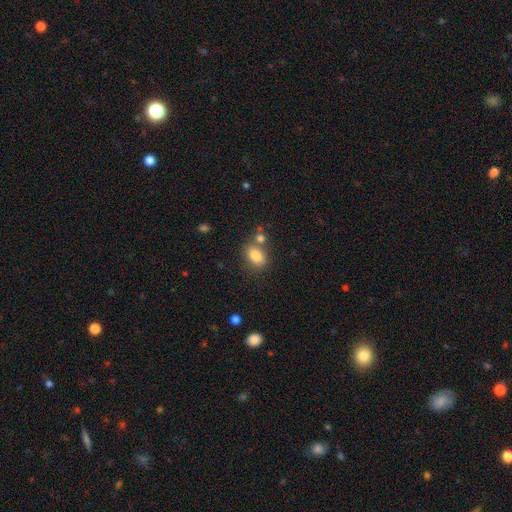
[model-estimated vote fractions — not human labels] Morphology: type=smooth (81%); roundness=in between (76%); merging=none (63%).